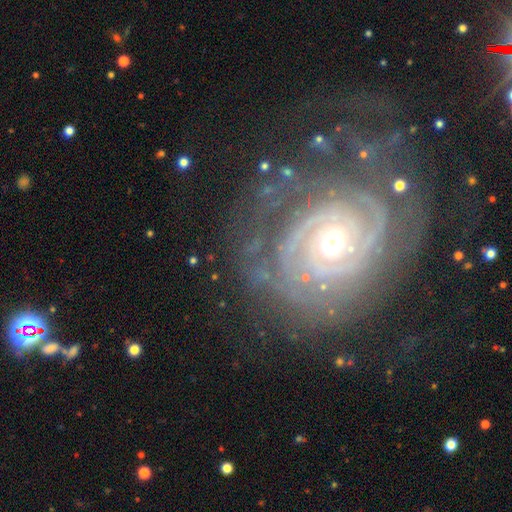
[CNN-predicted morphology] The model was most divided on "spiral arm count": 2: 27%, can't tell: 26%, 3: 18%, 4: 12%, more than 4: 9%, 1: 7%. More confident: edge-on disk — no (97%); spiral arms — yes (97%); smooth or featured — featured or disk (89%); spiral winding — tight (80%); merging — none (67%); bulge size — moderate (62%); bar — no (61%).